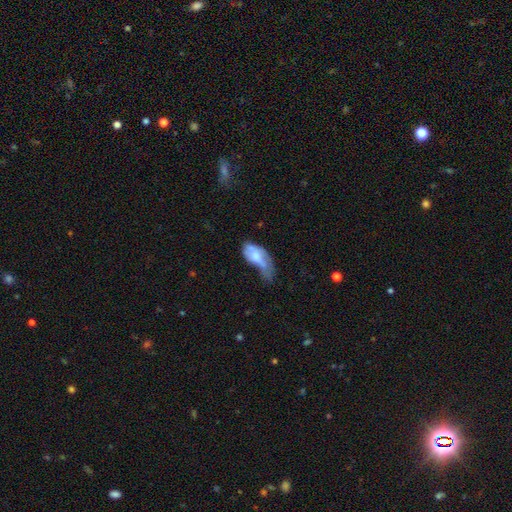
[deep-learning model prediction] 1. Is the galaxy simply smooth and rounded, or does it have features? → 58% smooth, 34% featured or disk, 8% star or artifact.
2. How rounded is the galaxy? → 86% in between, 10% cigar-shaped, 4% round.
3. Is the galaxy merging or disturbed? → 44% major disturbance, 28% minor disturbance, 15% none, 13% merger.